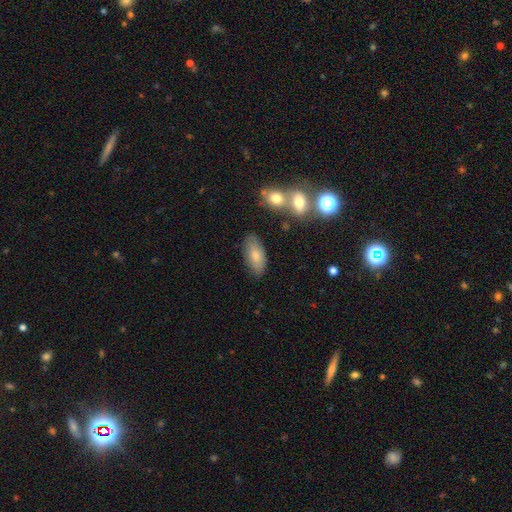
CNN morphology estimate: smooth_or_featured: smooth (p=0.77) [alt: featured or disk p=0.16]
how_rounded: in between (p=0.90) [alt: cigar-shaped p=0.08]
merging: none (p=0.78) [alt: minor disturbance p=0.14]